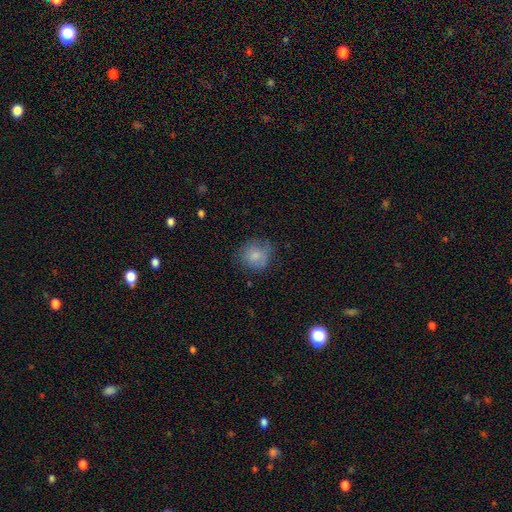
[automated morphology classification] smooth 78%, featured or disk 13%, star or artifact 9%. Down the decision tree: how rounded — round (83%); merging — none (62%).